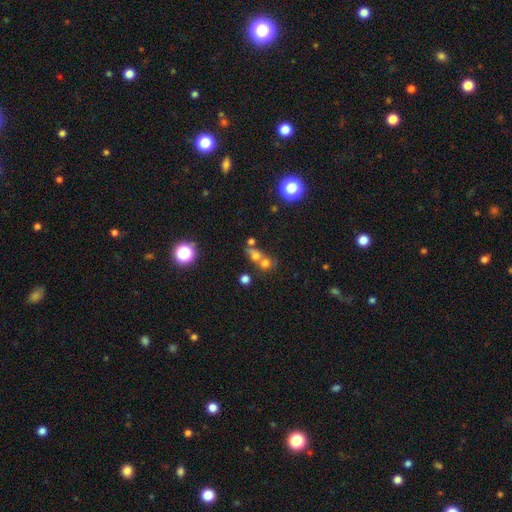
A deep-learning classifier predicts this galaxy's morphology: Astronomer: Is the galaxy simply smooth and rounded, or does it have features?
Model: smooth — 61%.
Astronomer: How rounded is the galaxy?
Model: round — 70%.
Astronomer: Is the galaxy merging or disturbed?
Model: merger — 53% (runner-up: none, 33%).